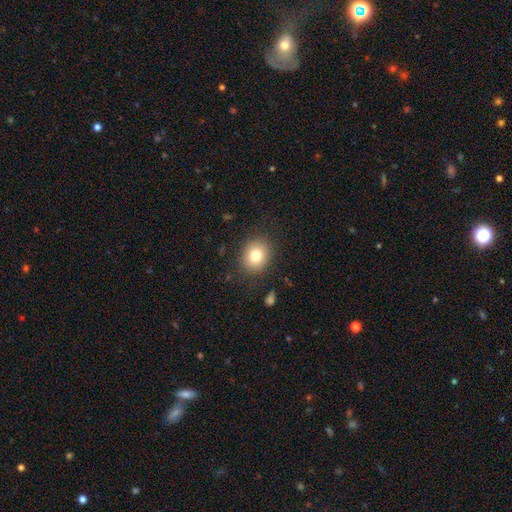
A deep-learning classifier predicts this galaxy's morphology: smooth-or-featured: smooth: 80% | star or artifact: 11% | featured or disk: 10%
  how-rounded: round: 68% | in between: 32% | cigar-shaped: 1%
  merging: none: 86% | minor disturbance: 9% | major disturbance: 3% | merger: 1%